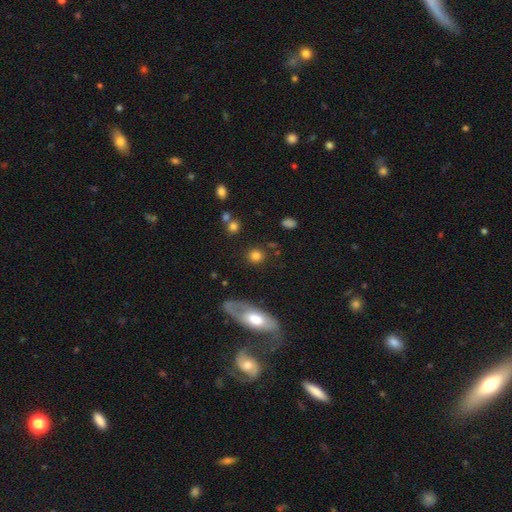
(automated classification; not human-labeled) This appears to be a smooth galaxy with no disk features (79%) that is round (86%). Merging: none (84%).